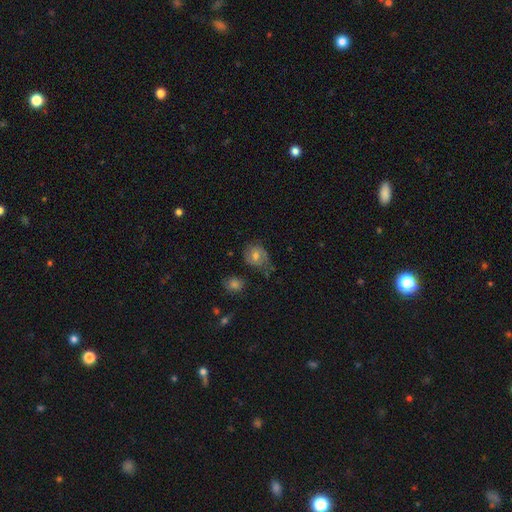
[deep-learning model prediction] Morphology: type=smooth (58%); roundness=round (56%); merging=none (57%).